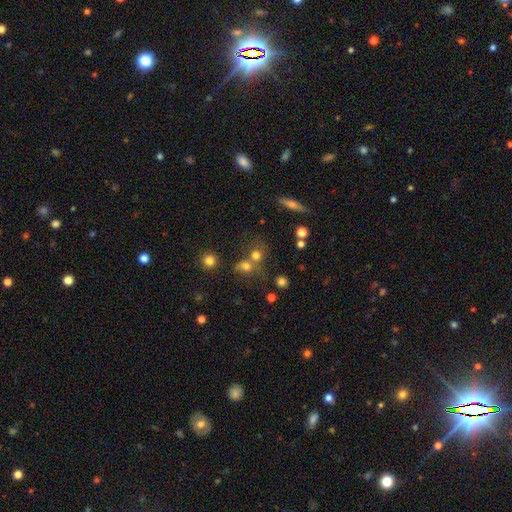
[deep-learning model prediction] Smooth or featured: smooth — 69% (star or artifact — 19%)
How rounded: round — 78% (in between — 20%)
Merging: none — 44% (merger — 42%)